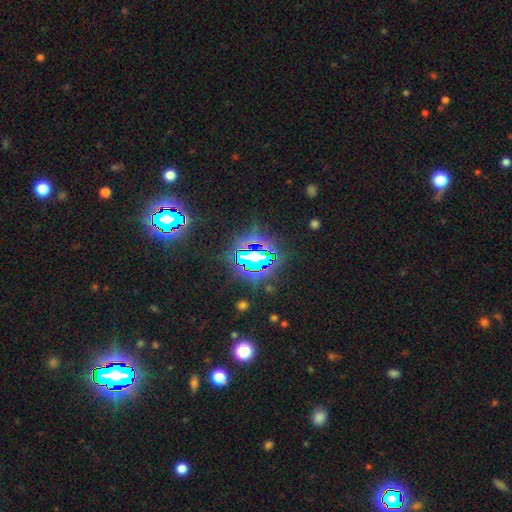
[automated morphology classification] Smooth or featured? star or artifact (74%)